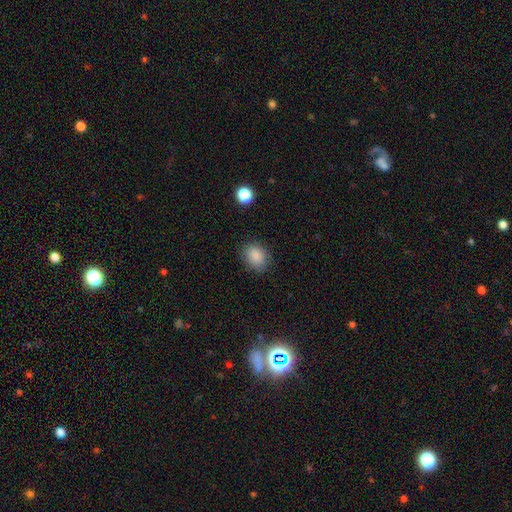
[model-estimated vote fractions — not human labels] Morphology: type=smooth (87%); roundness=in between (54%); merging=none (83%).